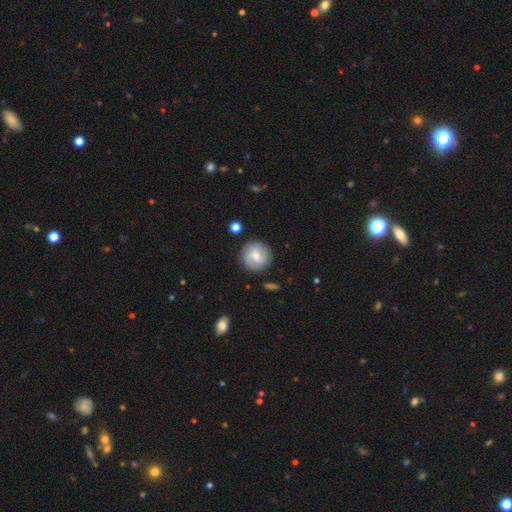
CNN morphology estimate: smooth_or_featured: smooth (p=0.51) [alt: featured or disk p=0.41]
how_rounded: round (p=0.94) [alt: in between p=0.05]
merging: none (p=0.85) [alt: minor disturbance p=0.10]